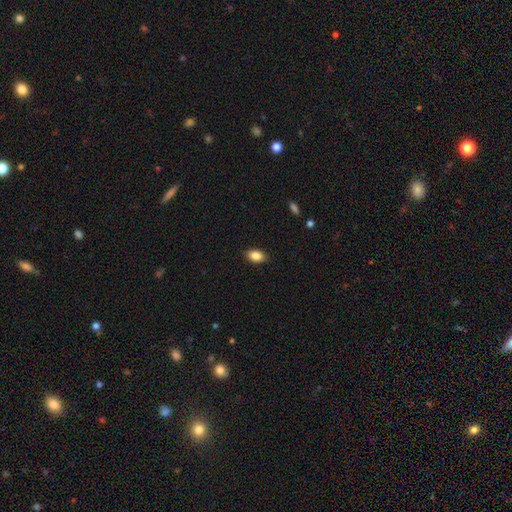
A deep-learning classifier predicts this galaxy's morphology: Smooth or featured?
  - smooth: 86% *
  - star or artifact: 8%
  - featured or disk: 6%
How rounded?
  - in between: 90% *
  - round: 8%
  - cigar-shaped: 3%
Merging?
  - none: 88% *
  - minor disturbance: 9%
  - major disturbance: 2%
  - merger: 1%